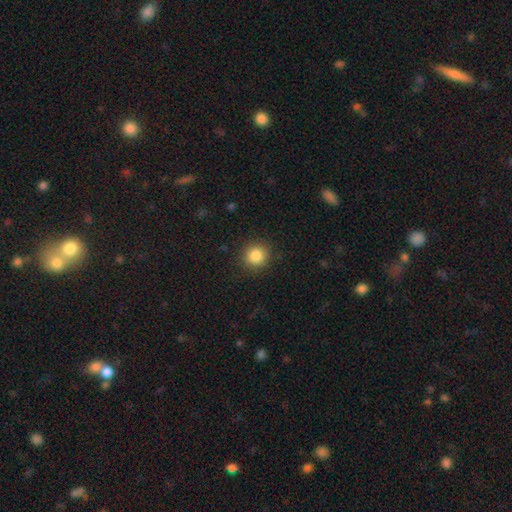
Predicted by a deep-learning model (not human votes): Smooth or featured: smooth — 85% (star or artifact — 10%)
How rounded: round — 91% (in between — 8%)
Merging: none — 90% (minor disturbance — 7%)